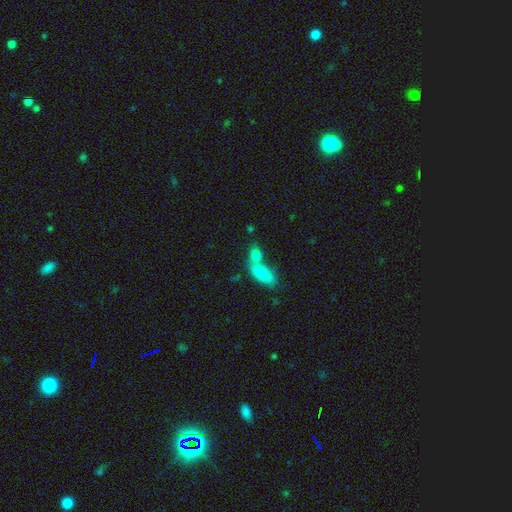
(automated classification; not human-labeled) smooth_or_featured: smooth (p=0.82) [alt: featured or disk p=0.10]
how_rounded: in between (p=0.75) [alt: round p=0.13]
merging: merger (p=0.50) [alt: none p=0.37]